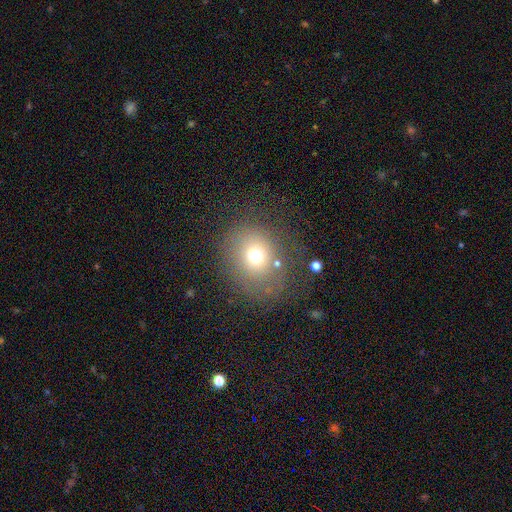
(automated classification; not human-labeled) Q: Smooth or featured?
A: smooth (68%); runner-up: star or artifact (17%)
Q: How rounded?
A: round (69%); runner-up: in between (30%)
Q: Merging?
A: none (67%); runner-up: minor disturbance (17%)